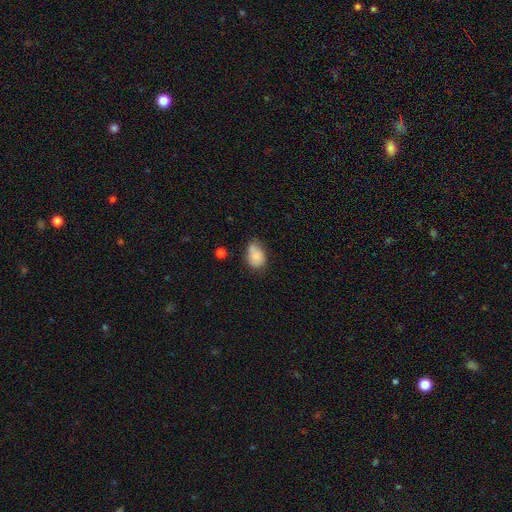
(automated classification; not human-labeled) Smooth or featured: smooth — 80% (featured or disk — 12%)
How rounded: in between — 78% (round — 21%)
Merging: none — 51% (minor disturbance — 34%)